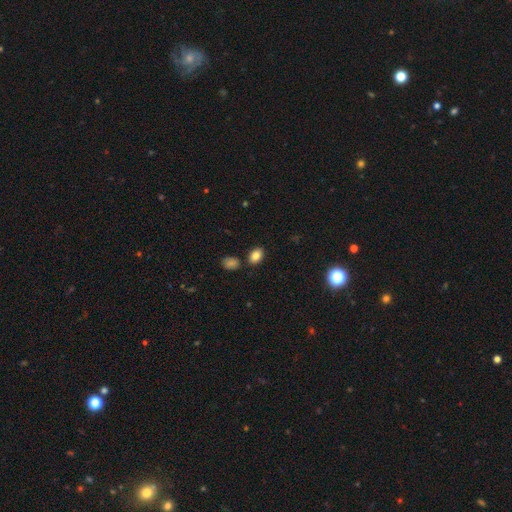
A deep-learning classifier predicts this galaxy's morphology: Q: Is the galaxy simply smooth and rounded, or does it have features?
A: smooth — 85%.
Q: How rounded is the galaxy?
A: in between — 83%.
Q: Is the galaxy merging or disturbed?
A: none — 81%.